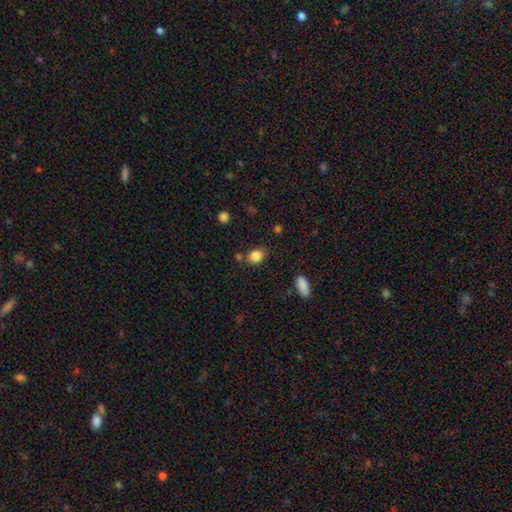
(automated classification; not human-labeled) Overall: smooth (84%). How rounded: round (53%; in between 45%). Merging: none (78%).